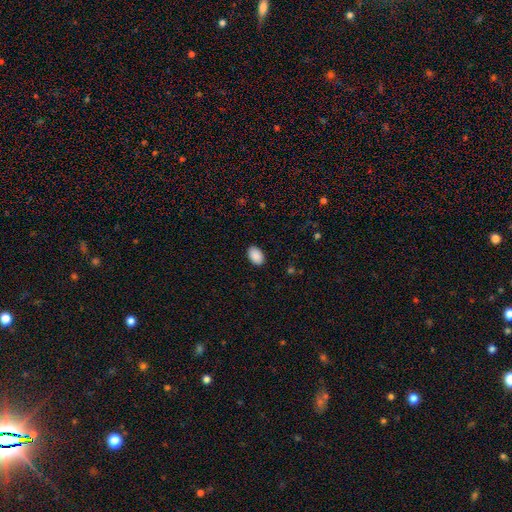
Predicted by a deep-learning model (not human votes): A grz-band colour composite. It shows a smooth galaxy with no disk features (90%) that is in between round and cigar-shaped (90%). Merging: none (89%).